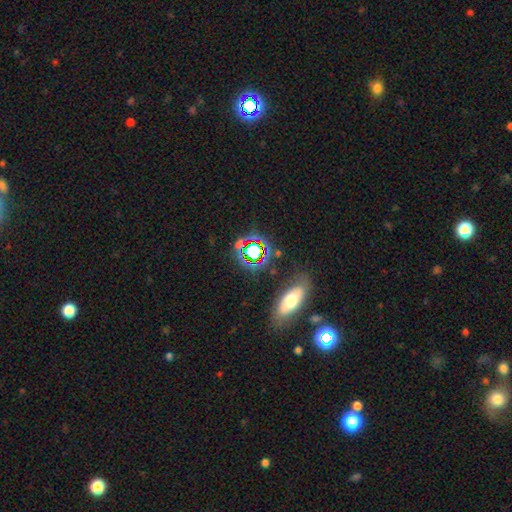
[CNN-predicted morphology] A star or artifact, not a galaxy (56%).

Vote fractions:
- Smooth or featured? star or artifact: 56% / smooth: 29% / featured or disk: 15%